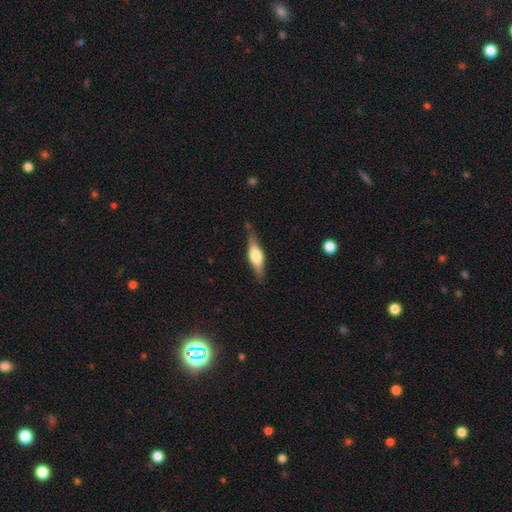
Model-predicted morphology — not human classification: The model was most divided on "smooth or featured": featured or disk: 55%, smooth: 39%, star or artifact: 6%. More confident: edge-on disk — yes (94%); edge-on bulge — rounded (86%); merging — none (77%).